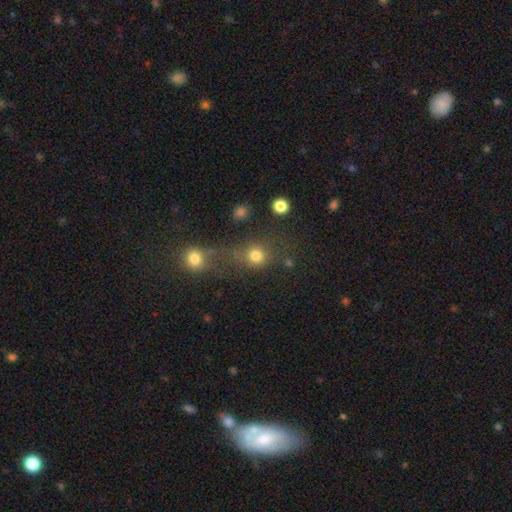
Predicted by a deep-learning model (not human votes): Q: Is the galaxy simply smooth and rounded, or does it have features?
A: smooth — 79%.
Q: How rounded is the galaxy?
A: round — 87%.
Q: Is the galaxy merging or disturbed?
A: none — 54%.